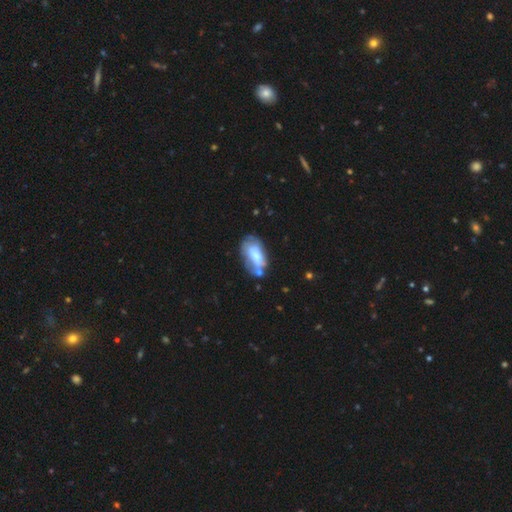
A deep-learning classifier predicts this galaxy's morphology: type=smooth (57%); roundness=in between (90%); merging=none (45%).